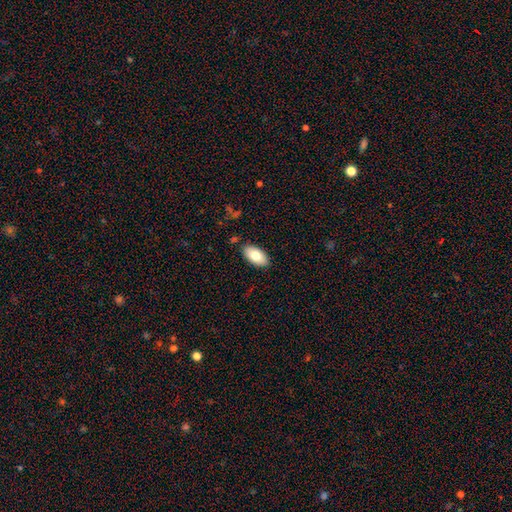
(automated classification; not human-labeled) Q: Smooth or featured?
A: smooth (78%); runner-up: featured or disk (16%)
Q: How rounded?
A: in between (95%); runner-up: round (3%)
Q: Merging?
A: none (88%); runner-up: minor disturbance (9%)